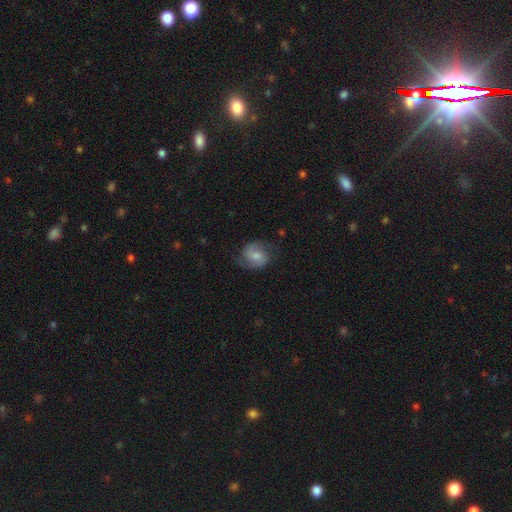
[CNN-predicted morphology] This is likely a featured or disk galaxy (63%). It is clearly not viewed edge-on (97%). Bar: possibly weak (47%). Spiral arm pattern: clearly yes (92%). Spiral arm count: clearly 2 (89%). Spiral winding: possibly medium (50%). Central bulge: possibly moderate (47%). Merging: likely none (72%).